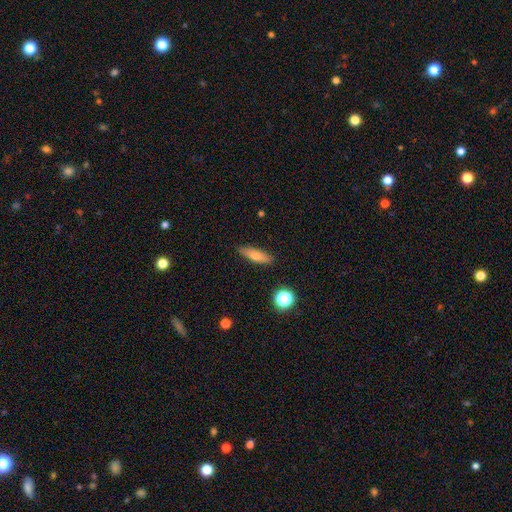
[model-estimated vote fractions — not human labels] Smooth or featured?
  - smooth: 69% *
  - featured or disk: 23%
  - star or artifact: 8%
How rounded?
  - cigar-shaped: 60% *
  - in between: 36%
  - round: 4%
Merging?
  - none: 87% *
  - minor disturbance: 9%
  - major disturbance: 2%
  - merger: 2%